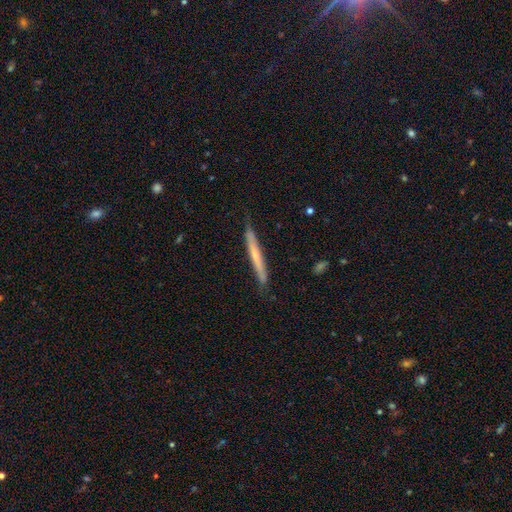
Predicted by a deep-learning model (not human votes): Smooth or featured? Predicted: featured or disk (p=0.49). Merging? Predicted: none (p=0.80).